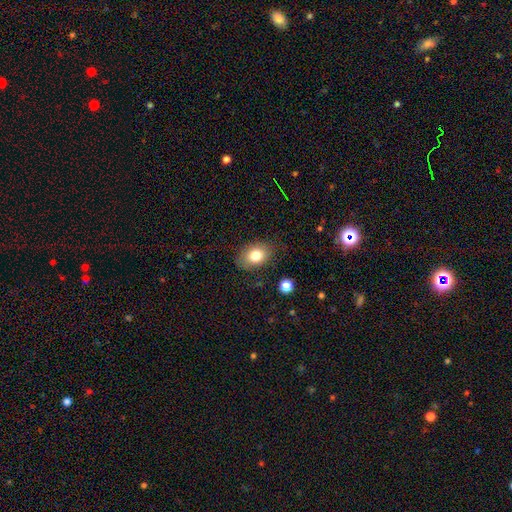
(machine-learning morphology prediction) Smooth or featured? smooth (77%)
How rounded? in between (75%)
Merging? none (78%)